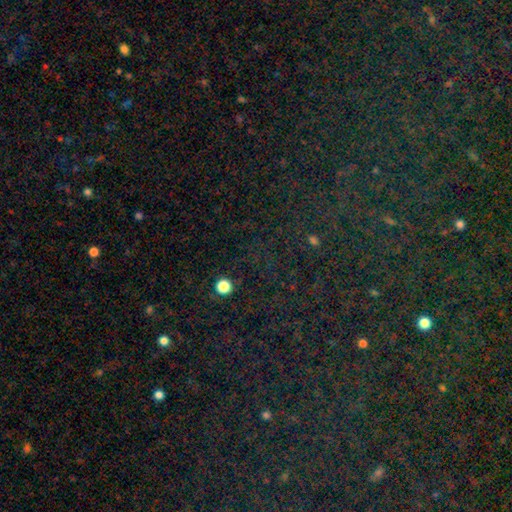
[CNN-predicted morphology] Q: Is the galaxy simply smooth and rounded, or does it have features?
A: star or artifact — 79%.